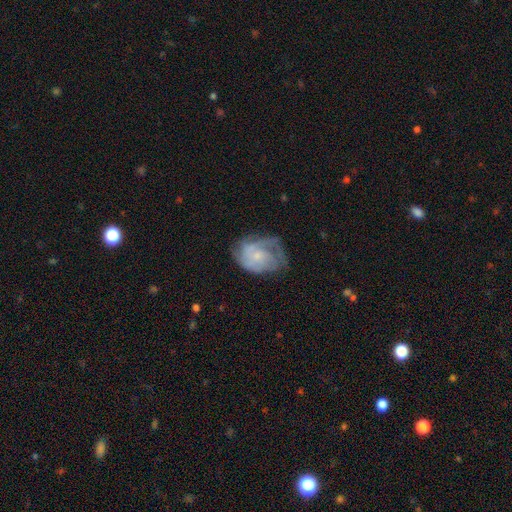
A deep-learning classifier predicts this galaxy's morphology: A featured or disk galaxy (70%) with no bar (74%), tight (47%) spiral arms (88%) and a small central bulge (63%).

Vote fractions:
- Smooth or featured? featured or disk: 70% / smooth: 23% / star or artifact: 7%
- Edge-on disk? no: 98% / yes: 2%
- Bar? no: 74% / weak: 23% / strong: 3%
- Spiral arms? yes: 88% / no: 12%
- Spiral winding? tight: 47% / medium: 38% / loose: 15%
- Spiral arm count? can't tell: 33% / 2: 28% / 3: 20% / 1: 9% / 4: 6% / more than 4: 4%
- Bulge size? small: 63% / moderate: 22% / none: 12% / large: 2% / dominant: 1%
- Merging? none: 53% / minor disturbance: 27% / major disturbance: 18% / merger: 2%